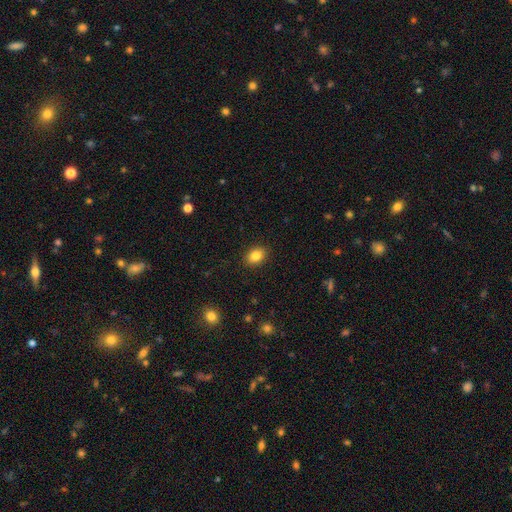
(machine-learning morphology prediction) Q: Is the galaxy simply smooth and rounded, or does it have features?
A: smooth — 85%.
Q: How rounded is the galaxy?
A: in between — 68%.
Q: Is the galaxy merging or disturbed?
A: none — 89%.